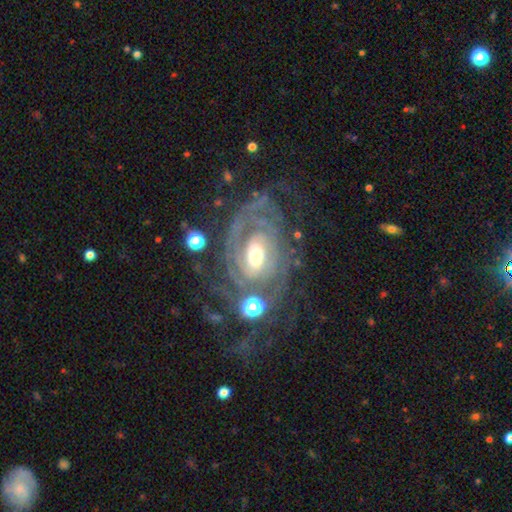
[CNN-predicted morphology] Smooth or featured? featured or disk (87%)
Edge-on disk? no (96%)
Bar? no (52%)
Spiral arms? yes (94%)
Spiral winding? tight (67%)
Spiral arm count? can't tell (36%)
Bulge size? moderate (60%)
Merging? none (58%)